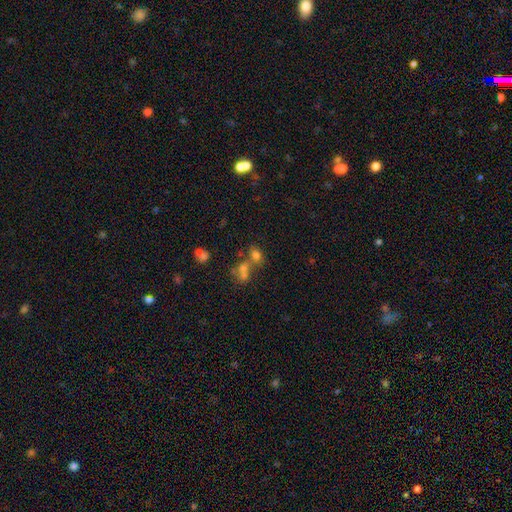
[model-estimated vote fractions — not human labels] Smooth or featured? smooth (66%)
How rounded? round (55%)
Merging? merger (46%)